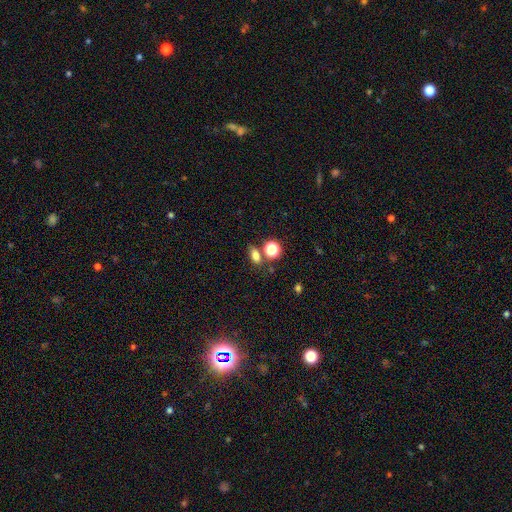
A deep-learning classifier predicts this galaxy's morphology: Smooth or featured: smooth — 74% (star or artifact — 17%)
How rounded: in between — 69% (round — 26%)
Merging: none — 67% (merger — 17%)